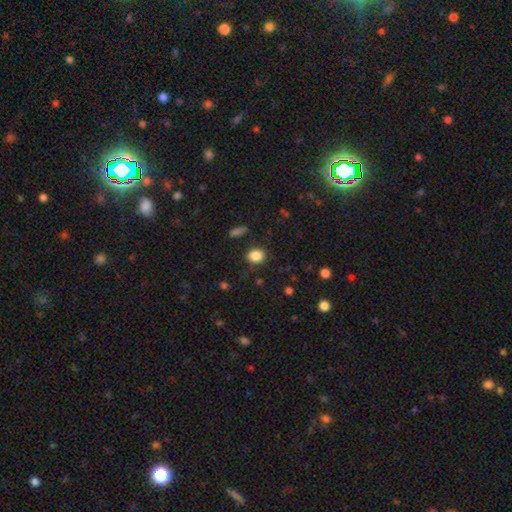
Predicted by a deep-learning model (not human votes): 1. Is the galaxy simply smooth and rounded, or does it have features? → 86% smooth, 10% star or artifact, 4% featured or disk.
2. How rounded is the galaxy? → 61% round, 38% in between, 1% cigar-shaped.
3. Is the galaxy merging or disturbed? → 84% none, 11% minor disturbance, 3% major disturbance, 2% merger.